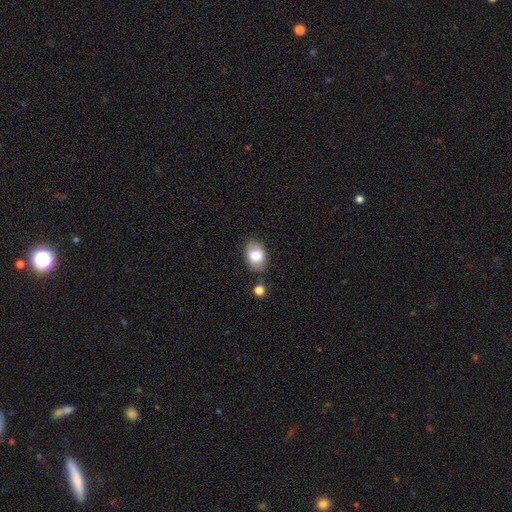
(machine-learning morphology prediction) Smooth or featured? Predicted: smooth (p=0.78). How rounded? Predicted: in between (p=0.82). Merging? Predicted: none (p=0.74).